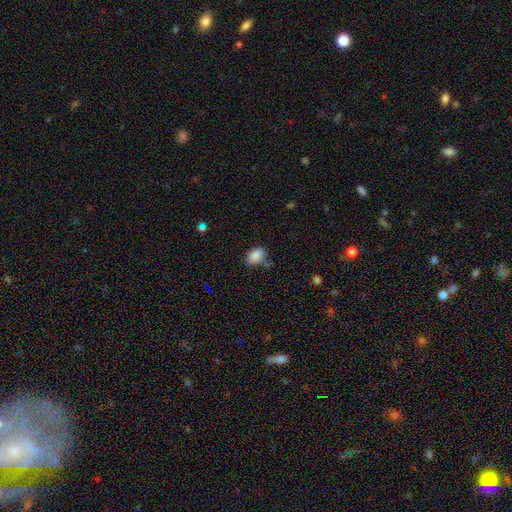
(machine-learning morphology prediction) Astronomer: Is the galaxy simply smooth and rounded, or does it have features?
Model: smooth — 86%.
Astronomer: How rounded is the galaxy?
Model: in between — 82%.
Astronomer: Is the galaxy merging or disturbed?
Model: none — 67%.